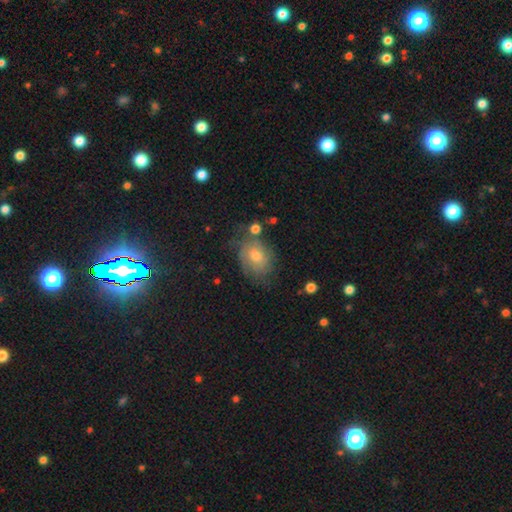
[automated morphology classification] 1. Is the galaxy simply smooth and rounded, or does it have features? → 43% smooth, 41% featured or disk, 16% star or artifact.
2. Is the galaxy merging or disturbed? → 63% none, 23% minor disturbance, 10% major disturbance, 4% merger.